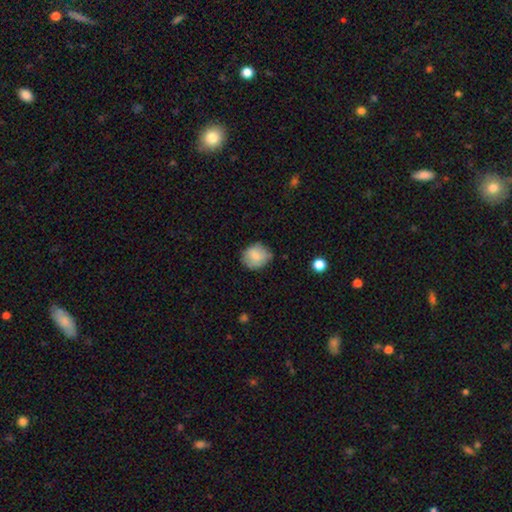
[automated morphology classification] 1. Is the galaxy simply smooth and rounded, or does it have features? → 82% smooth, 10% featured or disk, 8% star or artifact.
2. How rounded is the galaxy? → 73% round, 26% in between, 1% cigar-shaped.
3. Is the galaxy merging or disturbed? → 74% none, 20% minor disturbance, 4% major disturbance, 2% merger.